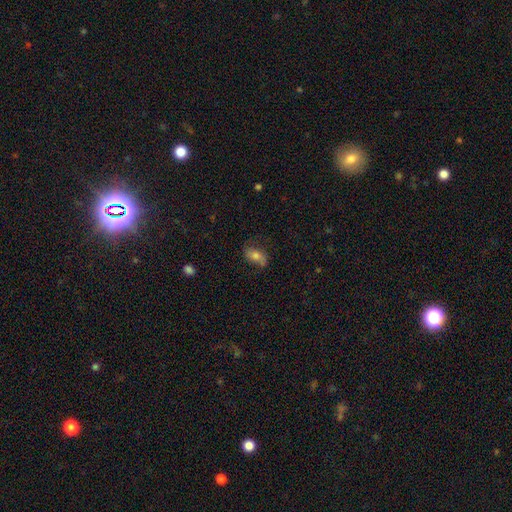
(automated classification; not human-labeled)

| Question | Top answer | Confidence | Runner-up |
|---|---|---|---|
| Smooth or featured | smooth | 61% | featured or disk (29%) |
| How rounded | in between | 87% | round (7%) |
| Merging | none | 63% | minor disturbance (24%) |